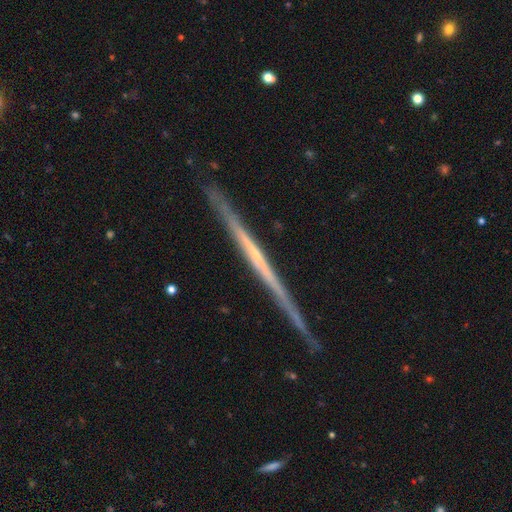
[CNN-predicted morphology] type=featured or disk (78%); edge-on=yes (98%); edge-on bulge=none (78%); merging=none (90%).